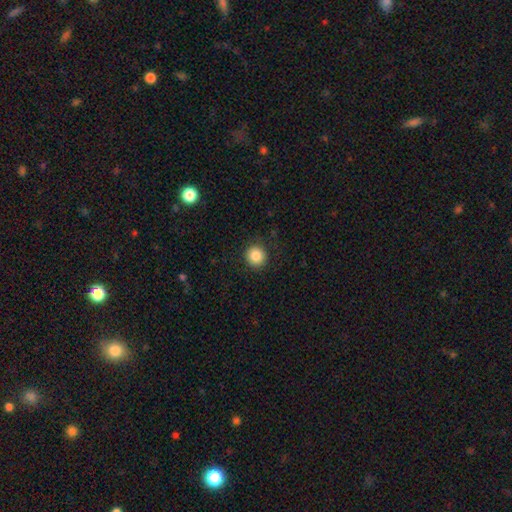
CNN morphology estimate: smooth-or-featured: smooth: 86% | star or artifact: 10% | featured or disk: 5%
  how-rounded: round: 93% | in between: 7% | cigar-shaped: 1%
  merging: none: 90% | minor disturbance: 7% | major disturbance: 2% | merger: 1%